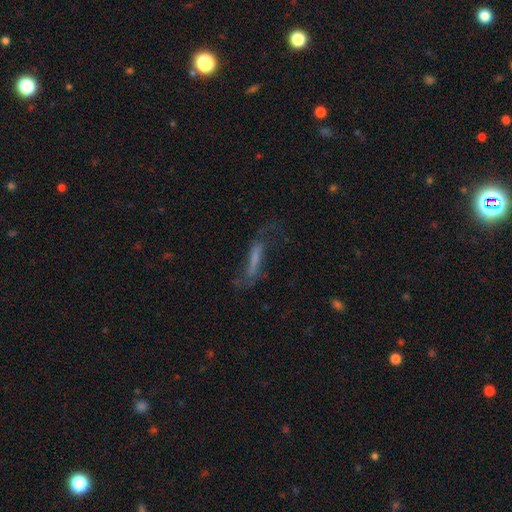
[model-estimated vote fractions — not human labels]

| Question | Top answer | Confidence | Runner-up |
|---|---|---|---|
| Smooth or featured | featured or disk | 49% | smooth (37%) |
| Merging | none | 46% | major disturbance (29%) |